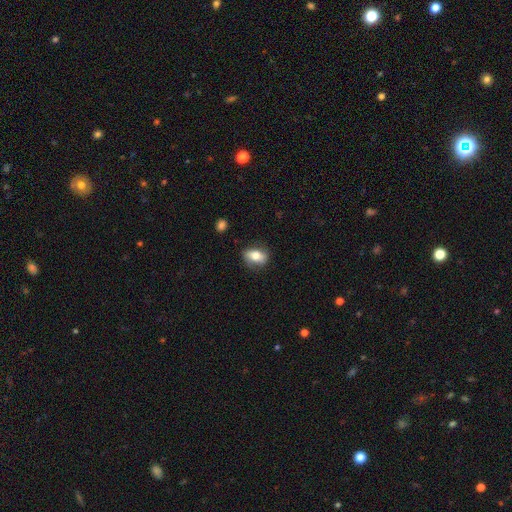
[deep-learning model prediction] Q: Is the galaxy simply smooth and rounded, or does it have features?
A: smooth — 68%.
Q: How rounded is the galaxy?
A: in between — 76%.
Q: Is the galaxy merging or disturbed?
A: none — 74%.